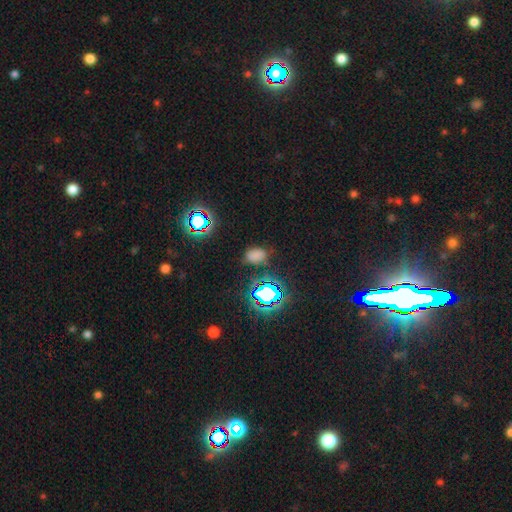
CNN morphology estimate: A smooth galaxy with no disk features (61%) that is in between round and cigar-shaped (78%). Merging: none (74%).